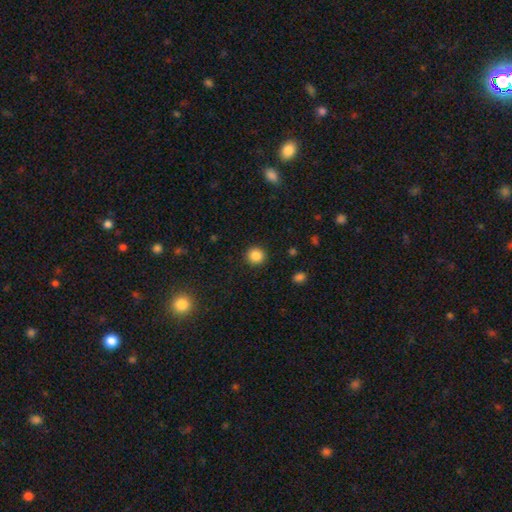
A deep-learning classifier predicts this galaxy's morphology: smooth-or-featured: smooth: 86% | star or artifact: 10% | featured or disk: 4%
  how-rounded: round: 92% | in between: 7% | cigar-shaped: 1%
  merging: none: 91% | minor disturbance: 5% | major disturbance: 2% | merger: 1%